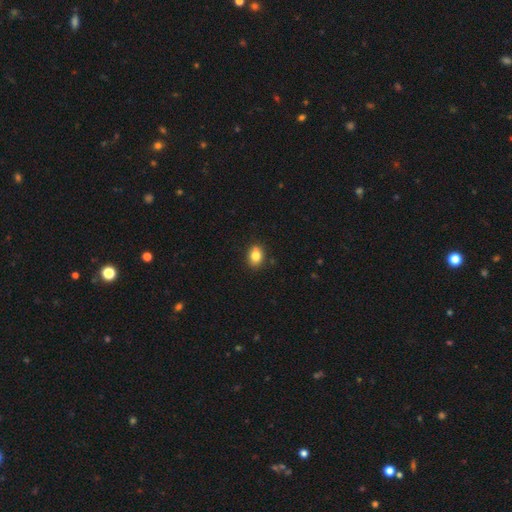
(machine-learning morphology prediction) Q: Smooth or featured?
A: smooth (82%); runner-up: star or artifact (10%)
Q: How rounded?
A: in between (65%); runner-up: round (34%)
Q: Merging?
A: none (81%); runner-up: minor disturbance (13%)